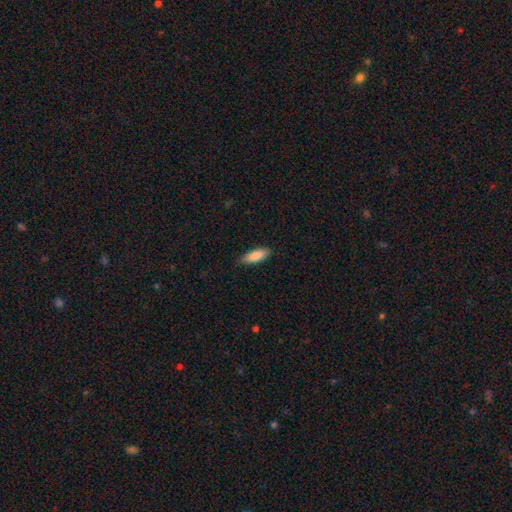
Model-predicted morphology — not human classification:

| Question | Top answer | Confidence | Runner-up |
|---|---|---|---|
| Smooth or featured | smooth | 87% | featured or disk (8%) |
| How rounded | in between | 63% | cigar-shaped (35%) |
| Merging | none | 85% | minor disturbance (12%) |